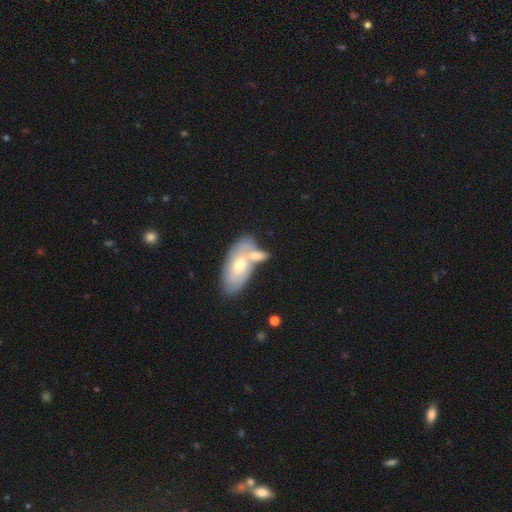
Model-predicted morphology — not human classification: Smooth or featured: smooth — 60% (featured or disk — 34%)
How rounded: in between — 84% (cigar-shaped — 12%)
Merging: merger — 47% (none — 35%)